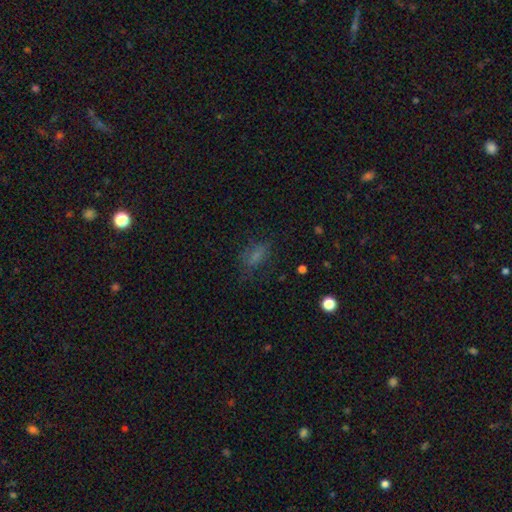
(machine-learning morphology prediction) smooth 66%, star or artifact 19%, featured or disk 15%. Down the decision tree: how rounded — in between (78%); merging — none (64%).